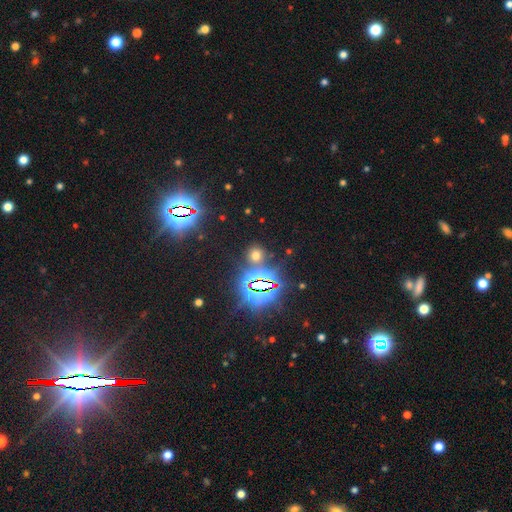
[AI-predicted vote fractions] This appears to be a smooth galaxy with no disk features (48%). Merging: none (81%).